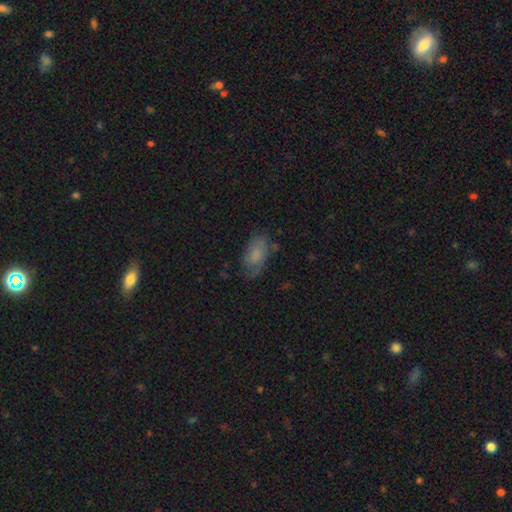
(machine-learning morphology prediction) This appears to be a smooth galaxy with no disk features (64%) that is in between round and cigar-shaped (91%). Merging: none (55%).